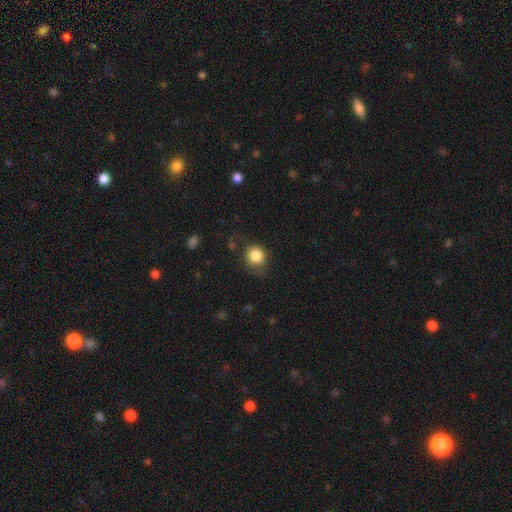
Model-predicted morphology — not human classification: Smooth or featured?
  - smooth: 84% *
  - star or artifact: 9%
  - featured or disk: 6%
How rounded?
  - round: 82% *
  - in between: 17%
  - cigar-shaped: 1%
Merging?
  - none: 71% *
  - minor disturbance: 19%
  - major disturbance: 7%
  - merger: 2%